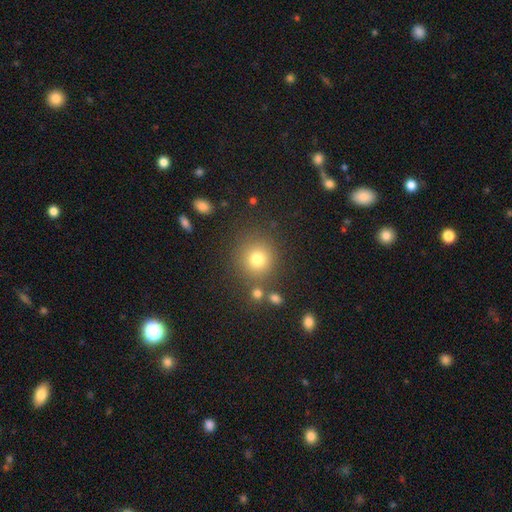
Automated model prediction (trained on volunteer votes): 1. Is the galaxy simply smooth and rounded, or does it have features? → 65% smooth, 27% star or artifact, 8% featured or disk.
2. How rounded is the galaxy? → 93% round, 6% in between, 1% cigar-shaped.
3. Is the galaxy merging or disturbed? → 83% none, 7% minor disturbance, 7% merger, 3% major disturbance.